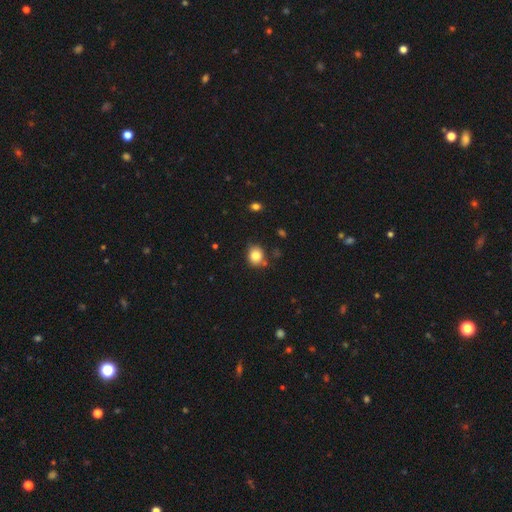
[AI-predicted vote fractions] Smooth or featured? Predicted: smooth (p=0.82). How rounded? Predicted: round (p=0.64). Merging? Predicted: none (p=0.73).